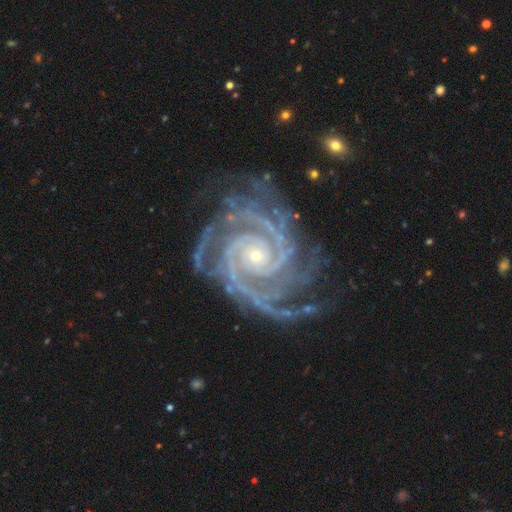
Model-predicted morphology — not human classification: Smooth or featured?
  - featured or disk: 94% *
  - star or artifact: 4%
  - smooth: 2%
Edge-on disk?
  - no: 98% *
  - yes: 2%
Bar?
  - no: 73% *
  - weak: 16%
  - strong: 10%
Spiral arms?
  - yes: 99% *
  - no: 1%
Spiral winding?
  - tight: 77% *
  - medium: 21%
  - loose: 2%
Spiral arm count?
  - 2: 33% *
  - 3: 21%
  - 4: 17%
  - more than 4: 10%
  - can't tell: 10%
  - 1: 8%
Bulge size?
  - small: 76% *
  - moderate: 21%
  - large: 1%
  - none: 1%
  - dominant: 1%
Merging?
  - none: 72% *
  - minor disturbance: 18%
  - major disturbance: 8%
  - merger: 2%